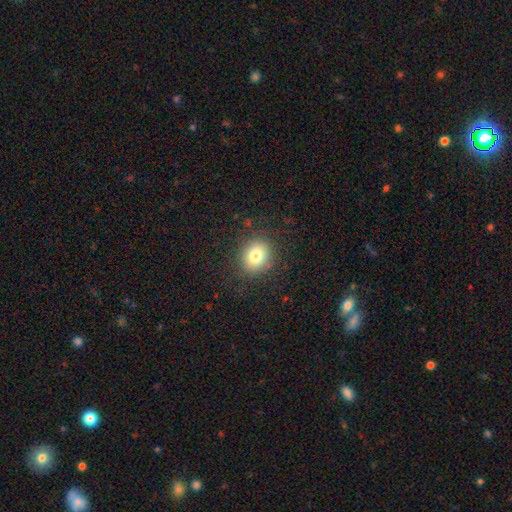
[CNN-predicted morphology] Smooth or featured? smooth (79%)
How rounded? round (63%)
Merging? none (85%)